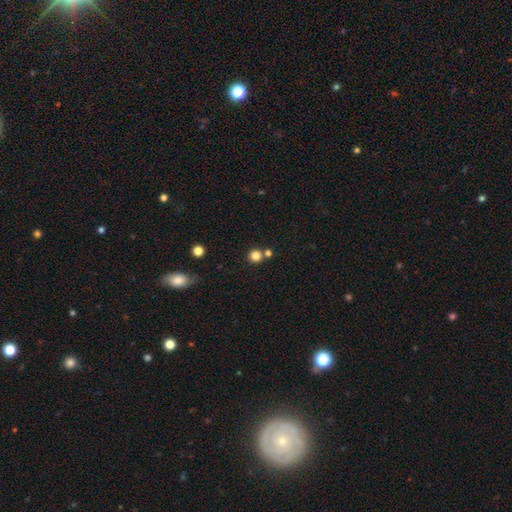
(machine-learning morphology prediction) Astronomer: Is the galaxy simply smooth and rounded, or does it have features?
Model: smooth — 82%.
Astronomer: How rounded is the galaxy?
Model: round — 92%.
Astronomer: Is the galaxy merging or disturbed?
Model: none — 74%.